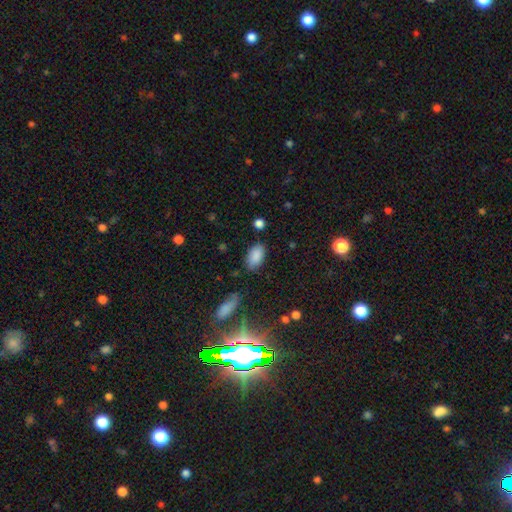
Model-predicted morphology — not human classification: smooth-or-featured: smooth: 87% | star or artifact: 8% | featured or disk: 5%
  how-rounded: in between: 93% | round: 4% | cigar-shaped: 3%
  merging: none: 80% | minor disturbance: 14% | major disturbance: 3% | merger: 2%